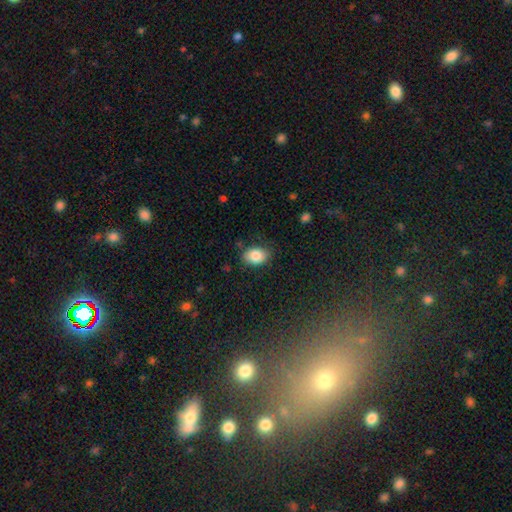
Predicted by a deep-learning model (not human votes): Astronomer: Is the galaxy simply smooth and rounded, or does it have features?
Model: smooth — 84%.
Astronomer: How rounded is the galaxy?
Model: in between — 80%.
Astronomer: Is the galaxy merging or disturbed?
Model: none — 80%.